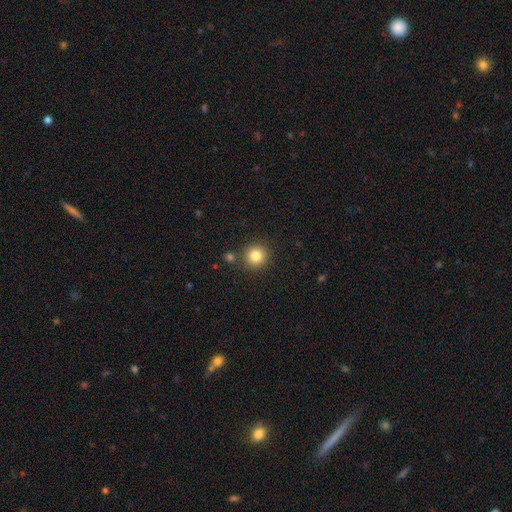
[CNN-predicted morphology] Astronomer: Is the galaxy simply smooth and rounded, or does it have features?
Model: smooth — 82%.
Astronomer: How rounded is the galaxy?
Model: round — 93%.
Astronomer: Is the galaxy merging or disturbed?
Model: none — 84%.